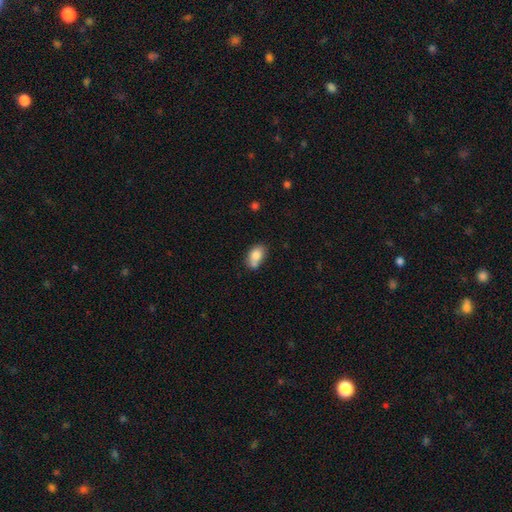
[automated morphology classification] A smooth galaxy with no disk features (80%) that is in between round and cigar-shaped (81%). Merging: none (52%).